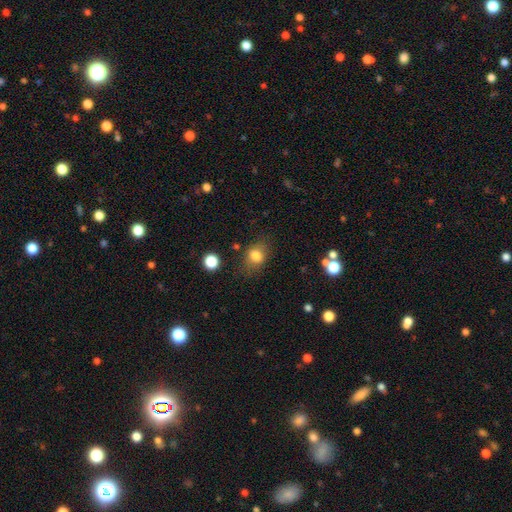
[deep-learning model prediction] This appears to be a smooth galaxy with no disk features (80%) that is in between round and cigar-shaped (57%). Merging: none (70%).